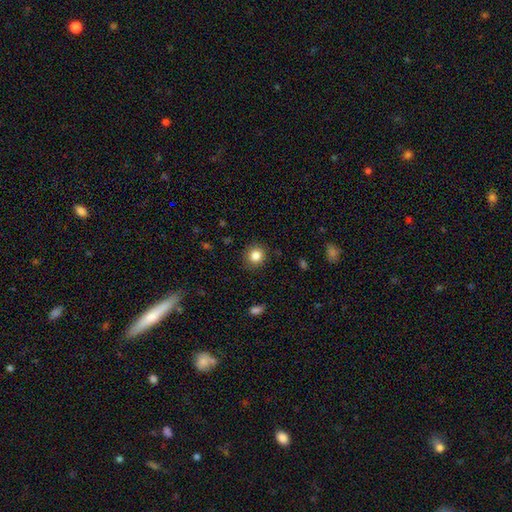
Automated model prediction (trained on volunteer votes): This appears to be a smooth galaxy with no disk features (84%) that is round (87%). Merging: none (89%).